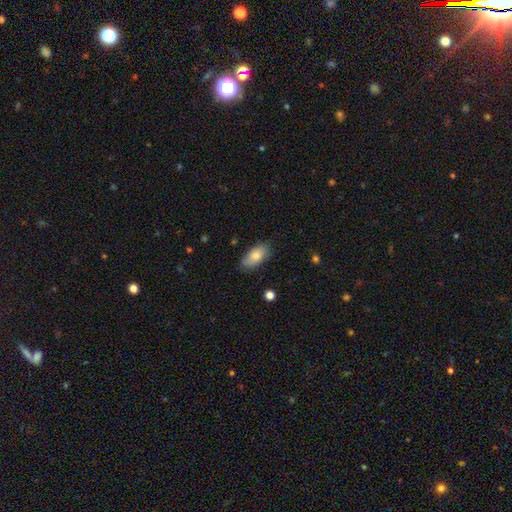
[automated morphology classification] The model was most divided on "merging": none: 80%, minor disturbance: 16%, major disturbance: 3%, merger: 1%. More confident: how rounded — in between (91%); smooth or featured — smooth (81%).